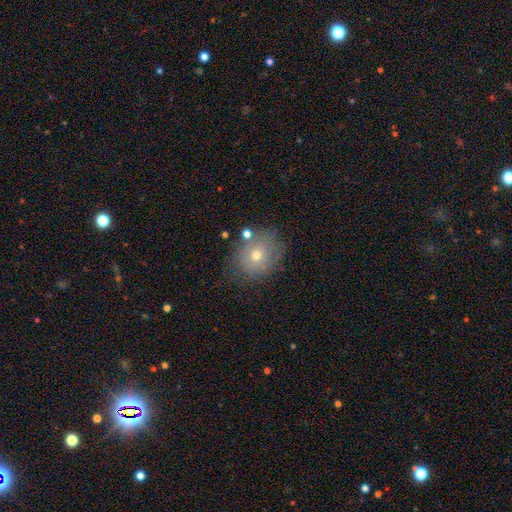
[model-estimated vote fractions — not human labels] Morphology: type=smooth (64%); roundness=round (67%); merging=none (72%).